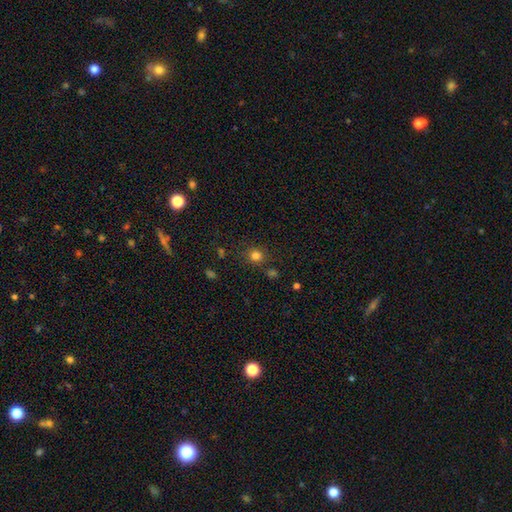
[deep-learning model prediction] Overall: smooth (79%). How rounded: round (88%). Merging: none (81%).